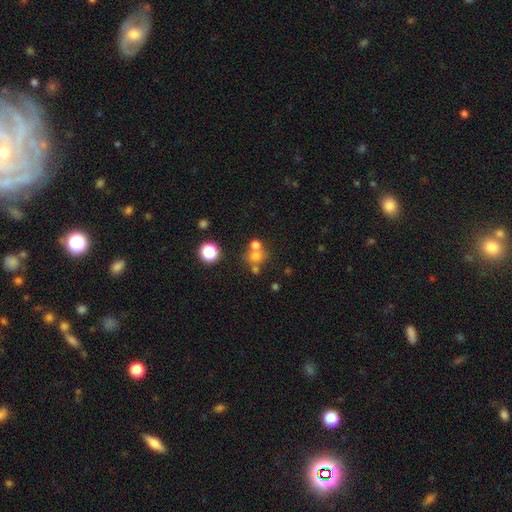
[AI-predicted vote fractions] Overall: smooth (65%). How rounded: round (80%). Merging: none (47%; merger 40%).